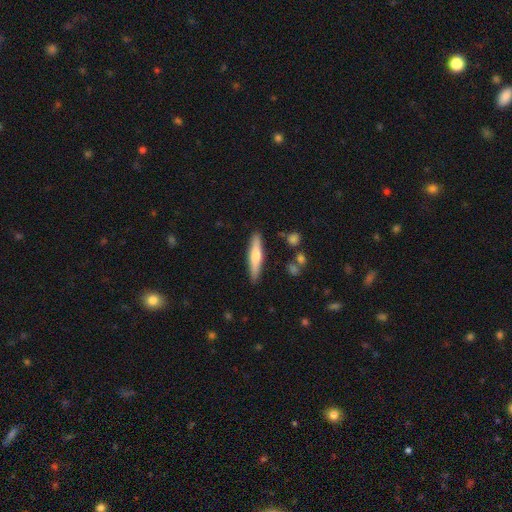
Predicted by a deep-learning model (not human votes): This appears to be a smooth galaxy with no disk features (54%) that is cigar-shaped (85%). Merging: none (87%).